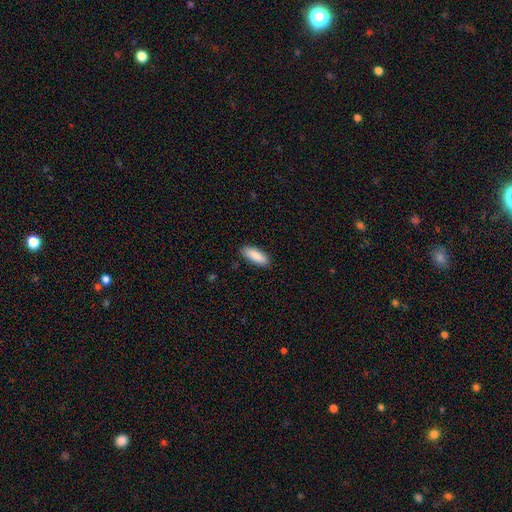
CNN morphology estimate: type=smooth (88%); roundness=in between (75%); merging=none (88%).